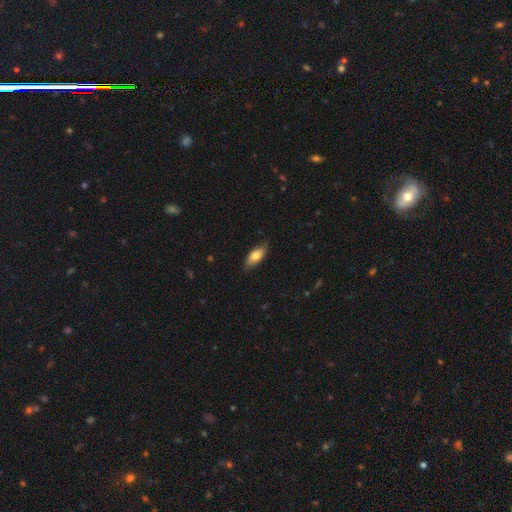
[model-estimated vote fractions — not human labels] Smooth or featured: smooth — 75% (featured or disk — 18%)
How rounded: in between — 82% (cigar-shaped — 15%)
Merging: none — 80% (minor disturbance — 16%)